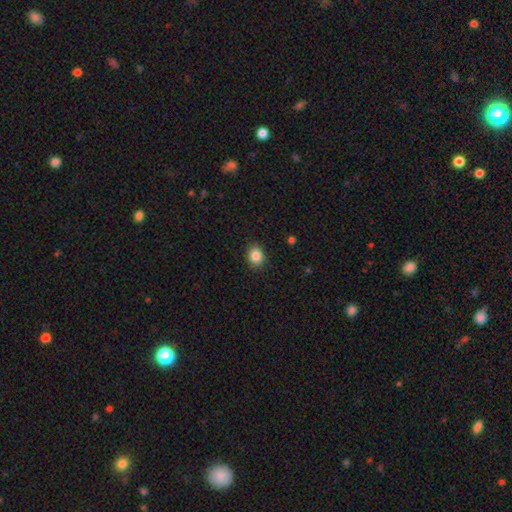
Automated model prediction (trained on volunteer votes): This appears to be a smooth galaxy with no disk features (86%) that is round (65%). Merging: none (88%).